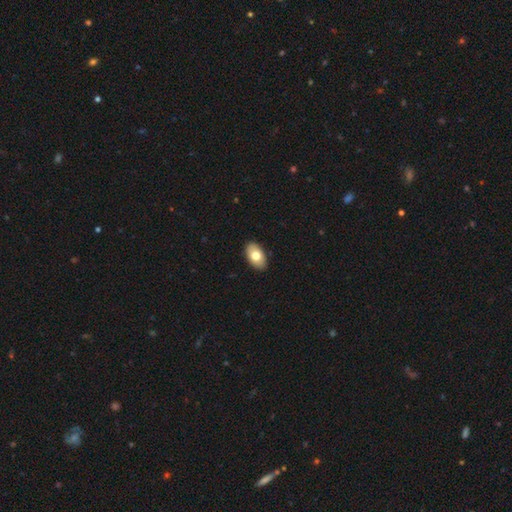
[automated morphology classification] Smooth or featured: smooth — 75% (featured or disk — 19%)
How rounded: in between — 94% (round — 5%)
Merging: none — 90% (minor disturbance — 7%)